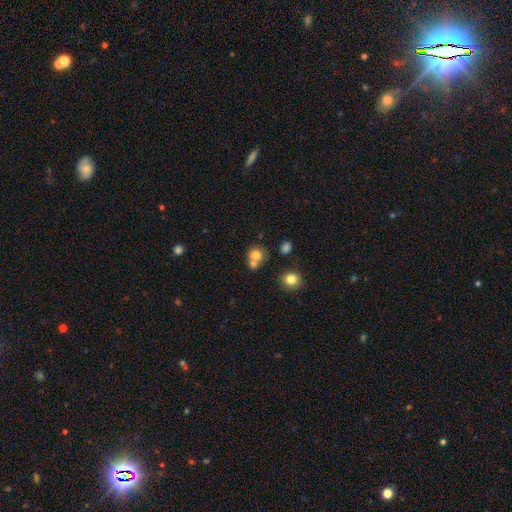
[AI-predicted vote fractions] A smooth galaxy with no disk features (75%) that is round (80%).

Vote fractions:
- Smooth or featured? smooth: 75% / featured or disk: 13% / star or artifact: 12%
- How rounded? round: 80% / in between: 19% / cigar-shaped: 1%
- Merging? none: 45% / merger: 43% / minor disturbance: 8% / major disturbance: 3%